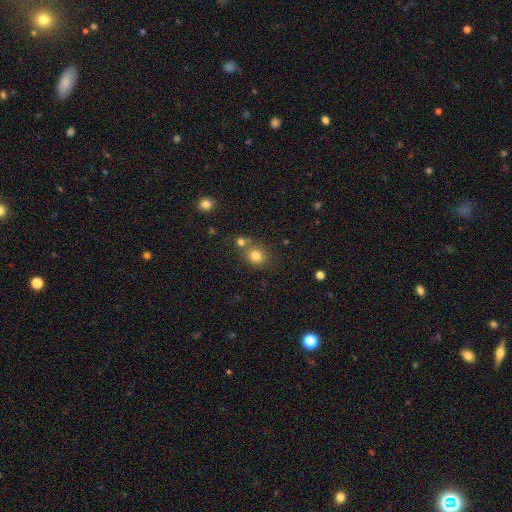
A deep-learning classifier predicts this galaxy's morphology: The model was most divided on "merging": none: 62%, merger: 24%, minor disturbance: 10%, major disturbance: 3%. More confident: how rounded — round (81%); smooth or featured — smooth (80%).